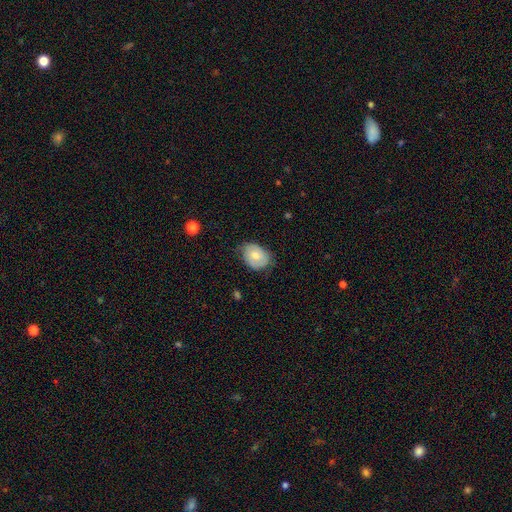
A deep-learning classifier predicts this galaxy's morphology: type=smooth (62%); roundness=in between (65%); merging=none (64%).